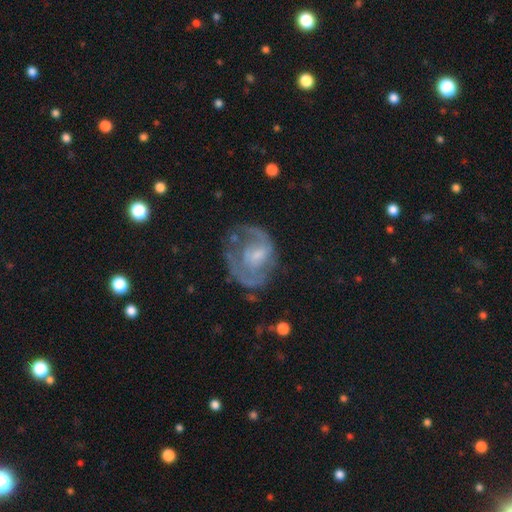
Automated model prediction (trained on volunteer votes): This is likely a featured or disk galaxy (71%). It is clearly not viewed edge-on (97%). Bar: likely no (62%). Spiral arm pattern: likely yes (73%). Spiral arm count: marginally 2 (40%). Spiral winding: marginally tight (43%). Central bulge: possibly small (47%). Merging: possibly none (55%).